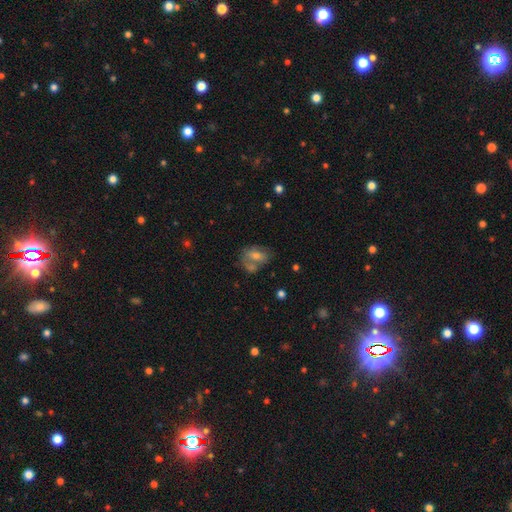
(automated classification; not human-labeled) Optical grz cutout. It shows a smooth galaxy with no disk features (50%). Merging: none (45%).